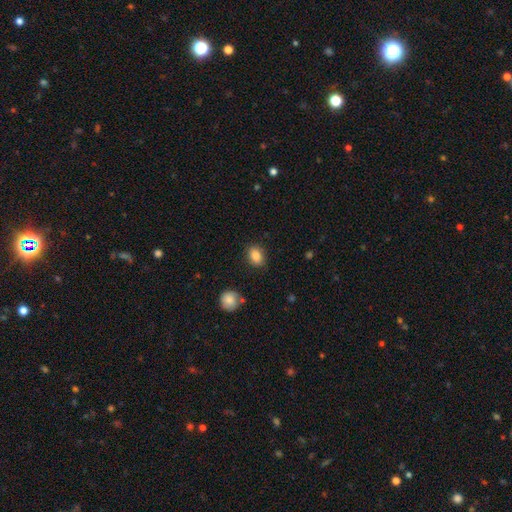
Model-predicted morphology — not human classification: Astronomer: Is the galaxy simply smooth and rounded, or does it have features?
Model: smooth — 85%.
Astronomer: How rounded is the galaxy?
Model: in between — 66%.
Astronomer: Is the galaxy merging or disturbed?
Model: none — 84%.